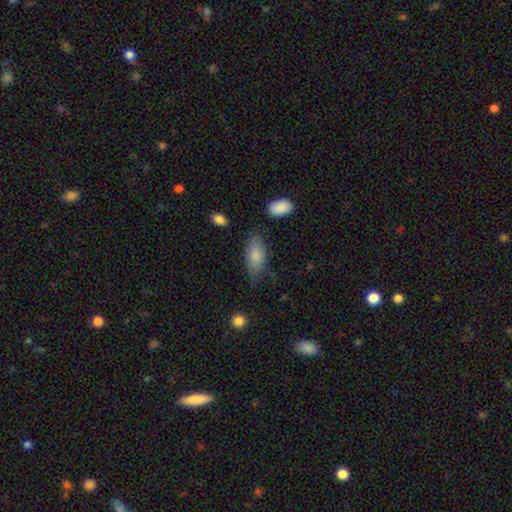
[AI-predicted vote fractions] A smooth galaxy with no disk features (83%) that is in between round and cigar-shaped (87%). Merging: none (68%).